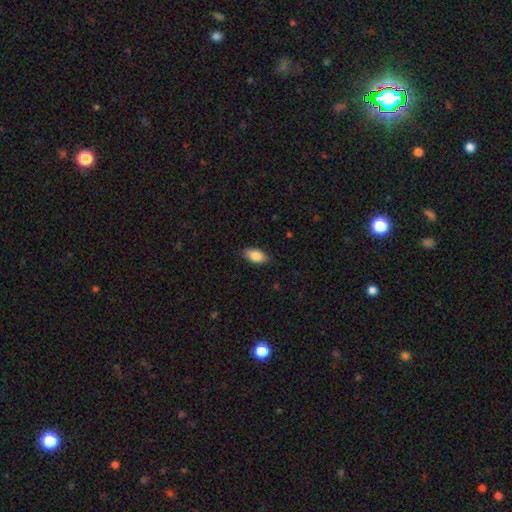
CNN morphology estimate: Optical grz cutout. It shows a smooth galaxy with no disk features (86%) that is in between round and cigar-shaped (92%). Merging: none (87%).